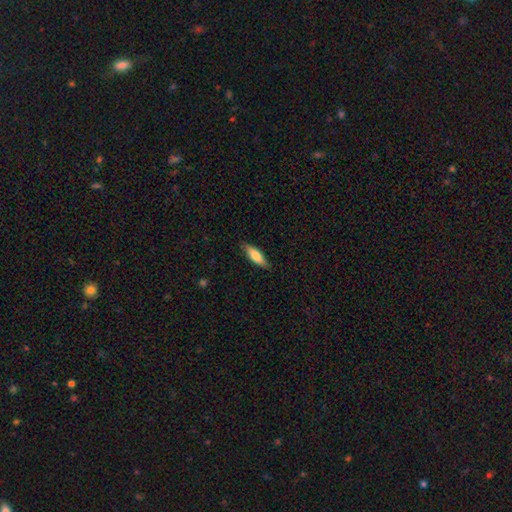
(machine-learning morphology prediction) smooth-or-featured: smooth: 76% | featured or disk: 18% | star or artifact: 6%
  how-rounded: in between: 53% | cigar-shaped: 45% | round: 2%
  merging: none: 82% | minor disturbance: 14% | major disturbance: 2% | merger: 1%